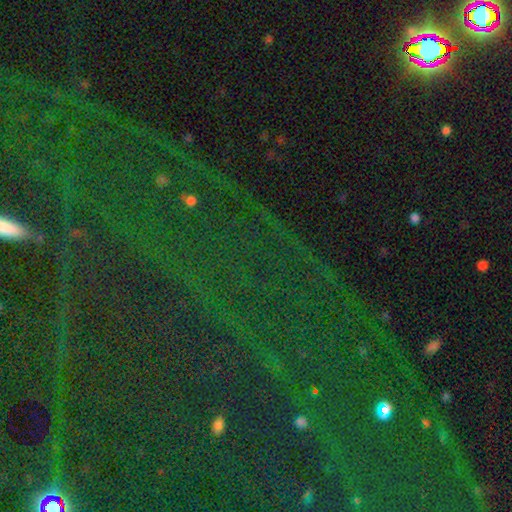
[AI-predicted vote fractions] A star or artifact, not a galaxy (84%).

Vote fractions:
- Smooth or featured? star or artifact: 84% / smooth: 9% / featured or disk: 7%